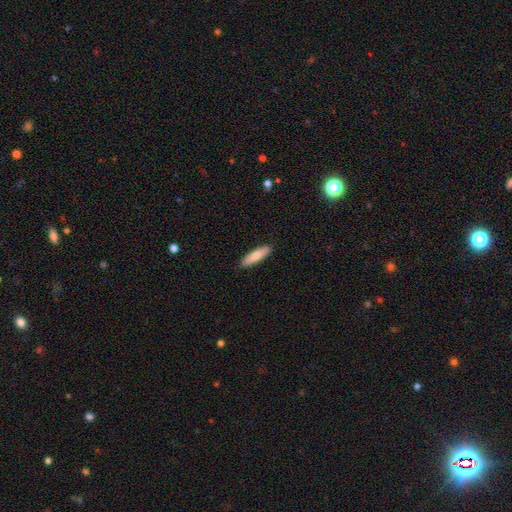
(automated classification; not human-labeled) A smooth galaxy with no disk features (81%) that is cigar-shaped (71%).

Vote fractions:
- Smooth or featured? smooth: 81% / featured or disk: 14% / star or artifact: 5%
- How rounded? cigar-shaped: 71% / in between: 27% / round: 1%
- Merging? none: 89% / minor disturbance: 8% / major disturbance: 2% / merger: 1%